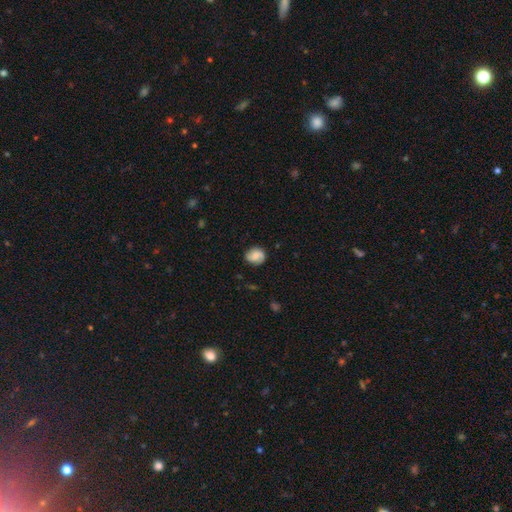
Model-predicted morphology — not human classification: Smooth or featured: smooth — 56% (featured or disk — 35%)
How rounded: round — 65% (in between — 34%)
Merging: none — 77% (minor disturbance — 17%)